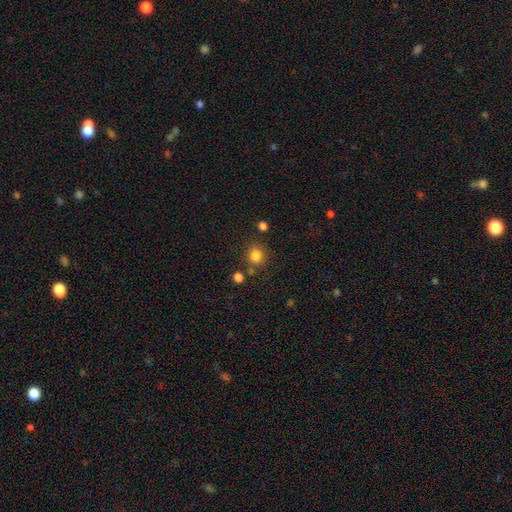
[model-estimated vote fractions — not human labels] A smooth galaxy with no disk features (82%) that is round (84%).

Vote fractions:
- Smooth or featured? smooth: 82% / star or artifact: 13% / featured or disk: 5%
- How rounded? round: 84% / in between: 15% / cigar-shaped: 1%
- Merging? none: 78% / minor disturbance: 10% / merger: 8% / major disturbance: 4%